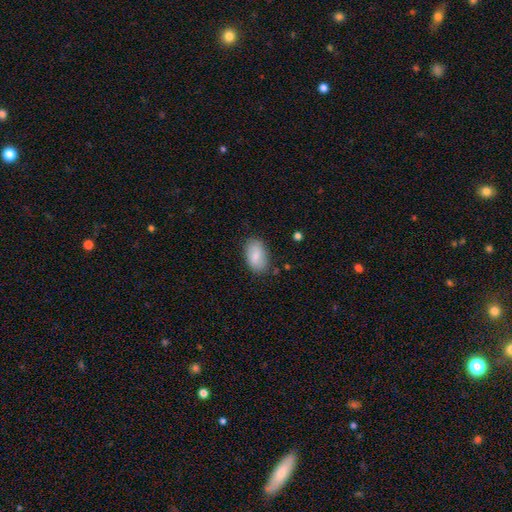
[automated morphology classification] The model was most divided on "merging": none: 79%, minor disturbance: 16%, major disturbance: 3%, merger: 2%. More confident: how rounded — in between (93%); smooth or featured — smooth (85%).